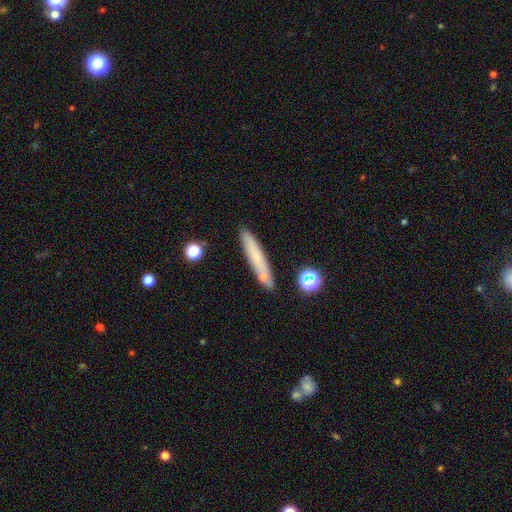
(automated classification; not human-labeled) This appears to be a smooth galaxy with no disk features (64%) that is cigar-shaped (91%). Merging: none (81%).